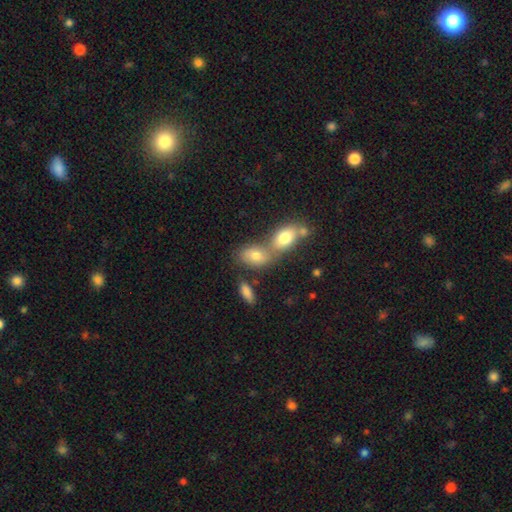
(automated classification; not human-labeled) smooth_or_featured: smooth (p=0.74) [alt: featured or disk p=0.16]
how_rounded: in between (p=0.85) [alt: round p=0.12]
merging: merger (p=0.51) [alt: none p=0.35]